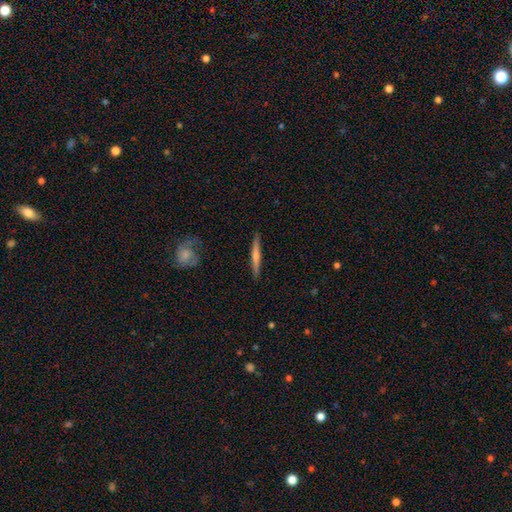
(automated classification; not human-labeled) A featured or disk galaxy (63%) viewed edge-on (96%) with a rounded central bulge (69%). Merging: none (89%).